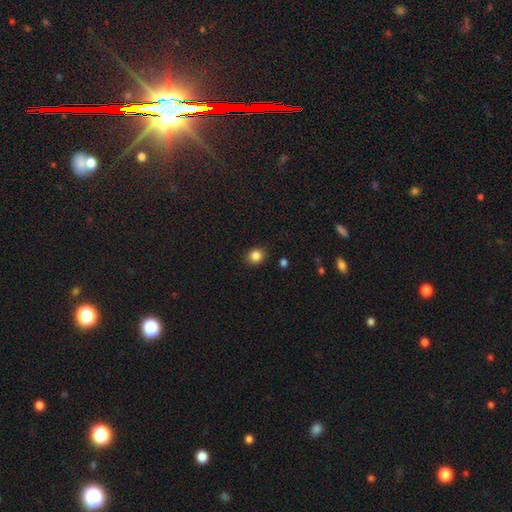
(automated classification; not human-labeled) smooth 85%, star or artifact 11%, featured or disk 4%. Down the decision tree: how rounded — round (72%); merging — none (88%).